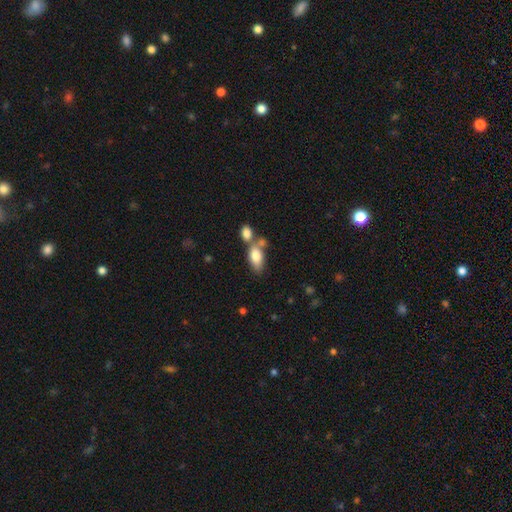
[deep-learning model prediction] smooth-or-featured: smooth: 80% | featured or disk: 14% | star or artifact: 7%
  how-rounded: in between: 88% | cigar-shaped: 7% | round: 5%
  merging: merger: 44% | none: 39% | minor disturbance: 12% | major disturbance: 5%